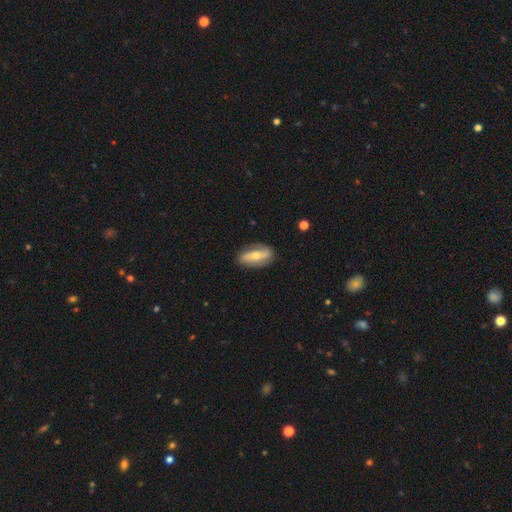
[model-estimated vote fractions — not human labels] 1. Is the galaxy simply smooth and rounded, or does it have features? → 57% featured or disk, 37% smooth, 6% star or artifact.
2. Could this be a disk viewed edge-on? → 79% no, 21% yes.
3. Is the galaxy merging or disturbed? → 82% none, 13% minor disturbance, 3% major disturbance, 1% merger.